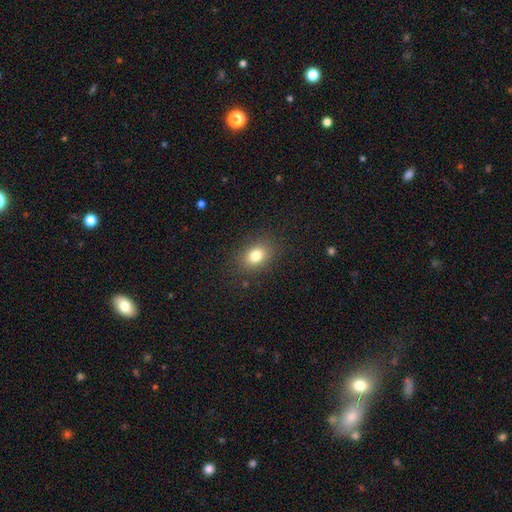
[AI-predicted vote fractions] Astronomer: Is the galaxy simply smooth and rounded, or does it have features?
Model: smooth — 80%.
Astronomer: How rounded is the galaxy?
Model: in between — 68%.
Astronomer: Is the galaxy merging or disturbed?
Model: none — 85%.